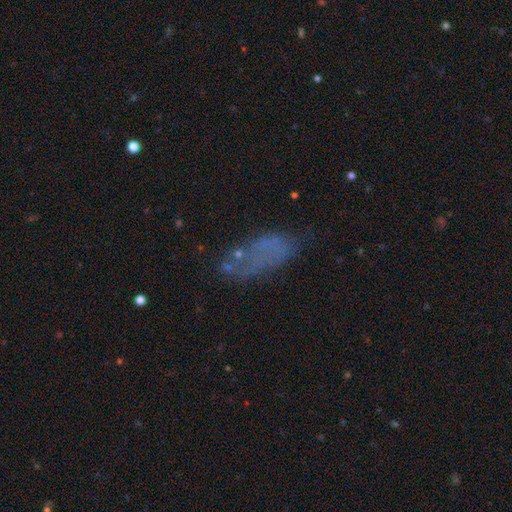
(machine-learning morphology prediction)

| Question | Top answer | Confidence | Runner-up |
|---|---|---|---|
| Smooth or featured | smooth | 49% | featured or disk (31%) |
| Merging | none | 52% | minor disturbance (22%) |